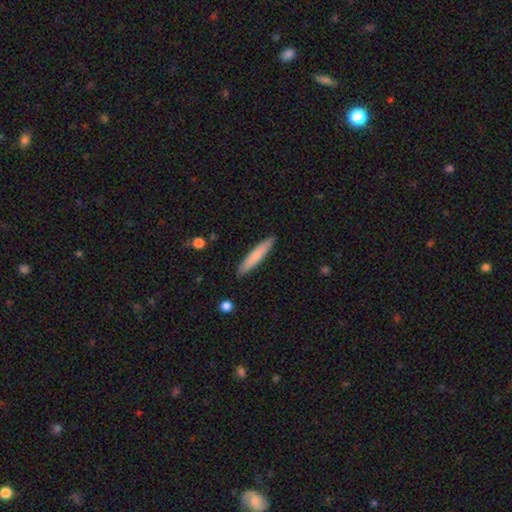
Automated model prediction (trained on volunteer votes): A smooth galaxy with no disk features (76%) that is cigar-shaped (93%).

Vote fractions:
- Smooth or featured? smooth: 76% / featured or disk: 19% / star or artifact: 5%
- How rounded? cigar-shaped: 93% / in between: 6% / round: 1%
- Merging? none: 90% / minor disturbance: 7% / major disturbance: 1% / merger: 1%